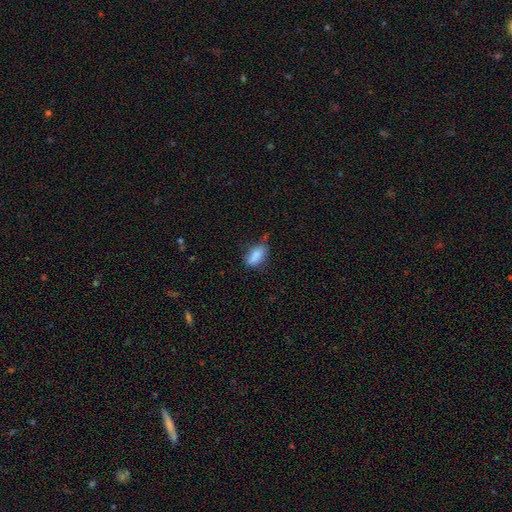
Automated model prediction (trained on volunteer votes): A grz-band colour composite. It shows a smooth galaxy with no disk features (86%) that is in between round and cigar-shaped (88%). Merging: none (58%).